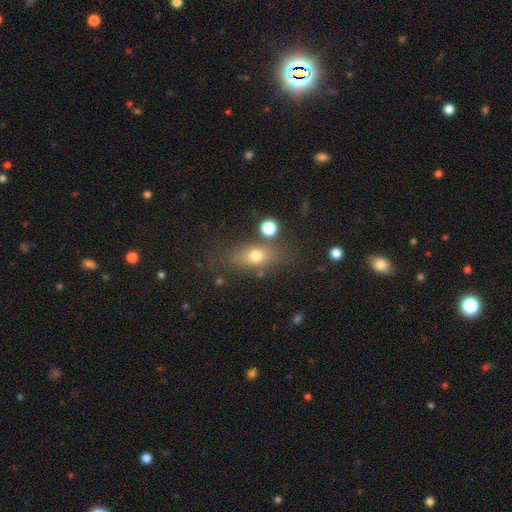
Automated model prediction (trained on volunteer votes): Morphology: type=smooth (69%); roundness=in between (70%); merging=none (67%).